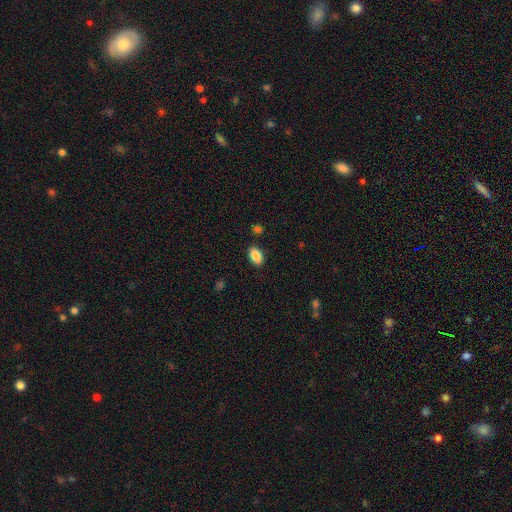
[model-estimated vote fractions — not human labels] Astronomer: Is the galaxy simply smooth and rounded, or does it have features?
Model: smooth — 87%.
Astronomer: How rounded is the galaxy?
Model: in between — 91%.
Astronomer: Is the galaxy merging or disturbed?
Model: none — 86%.